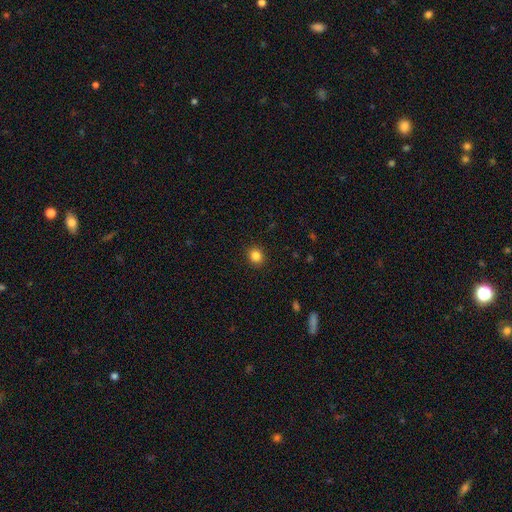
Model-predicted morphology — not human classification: This is clearly a smooth galaxy (84%). How rounded: clearly round (82%). Merging: clearly none (92%).